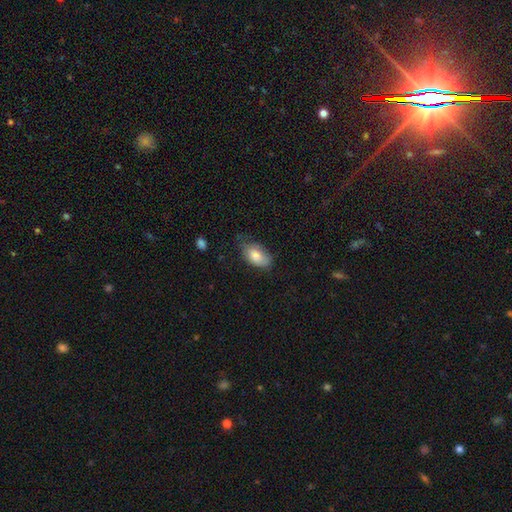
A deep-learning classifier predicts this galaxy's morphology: smooth 79%, featured or disk 14%, star or artifact 7%. Down the decision tree: how rounded — in between (93%); merging — none (57%).